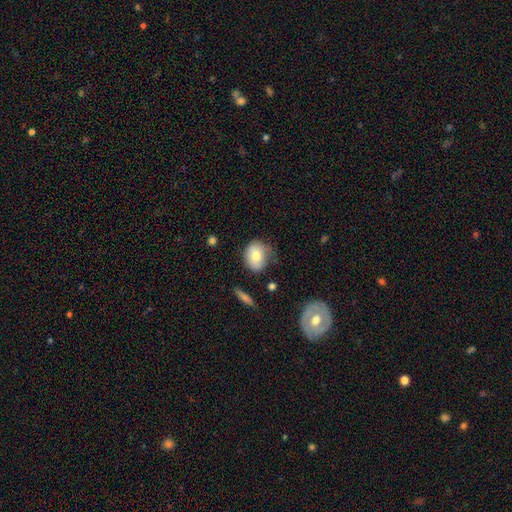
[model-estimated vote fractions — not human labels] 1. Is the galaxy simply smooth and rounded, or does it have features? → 74% smooth, 17% featured or disk, 8% star or artifact.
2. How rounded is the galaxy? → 54% round, 45% in between, 1% cigar-shaped.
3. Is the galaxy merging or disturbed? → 56% none, 32% minor disturbance, 10% major disturbance, 3% merger.